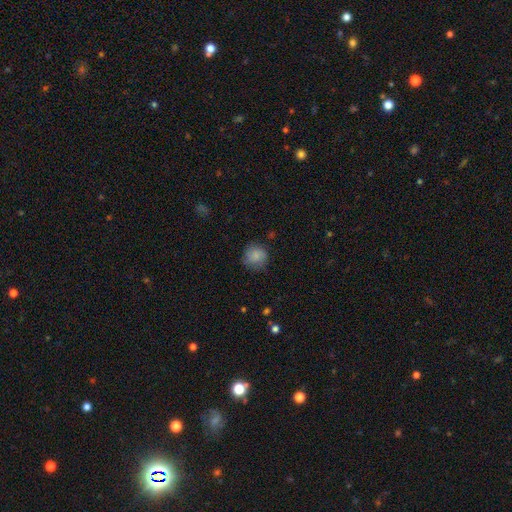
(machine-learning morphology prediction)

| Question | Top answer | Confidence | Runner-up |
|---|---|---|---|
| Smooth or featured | smooth | 83% | featured or disk (9%) |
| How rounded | round | 90% | in between (9%) |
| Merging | none | 77% | minor disturbance (17%) |